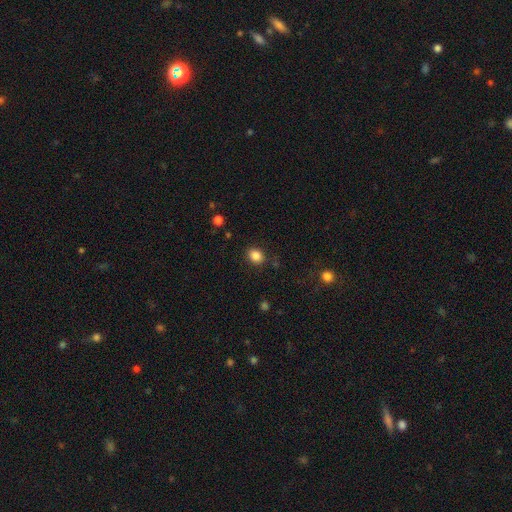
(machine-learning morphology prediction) smooth 85%, star or artifact 11%, featured or disk 4%. Down the decision tree: how rounded — round (52%); merging — none (86%).